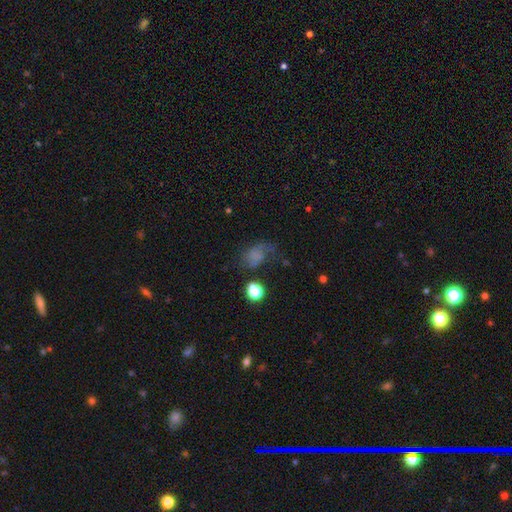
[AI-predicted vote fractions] smooth 54%, featured or disk 26%, star or artifact 19%. Down the decision tree: how rounded — in between (70%); merging — none (37%).